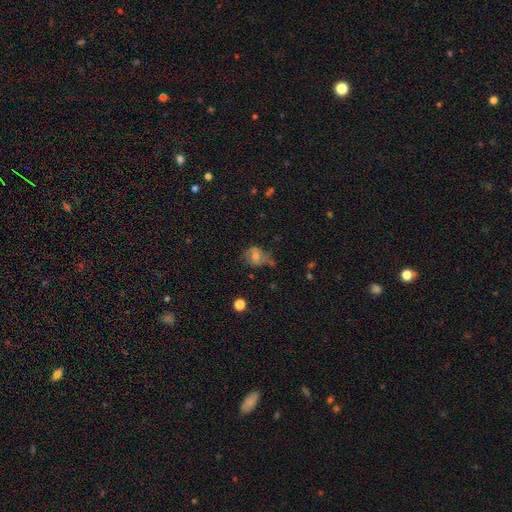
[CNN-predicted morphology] The model was most divided on "smooth or featured": featured or disk: 45%, smooth: 42%, star or artifact: 13%. More confident: merging — none (56%).